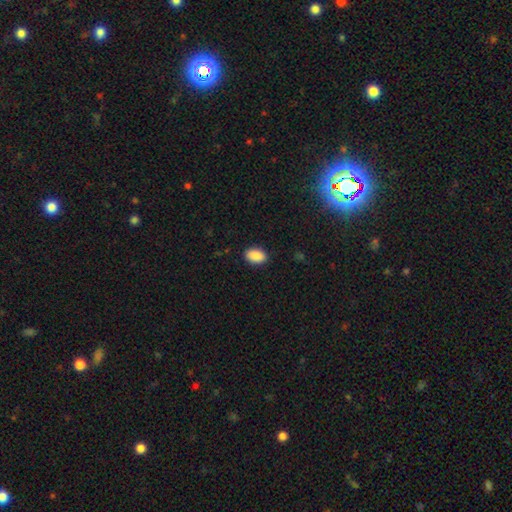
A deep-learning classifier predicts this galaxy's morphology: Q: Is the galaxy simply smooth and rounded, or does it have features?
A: smooth — 90%.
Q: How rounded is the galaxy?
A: in between — 91%.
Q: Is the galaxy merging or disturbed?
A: none — 89%.